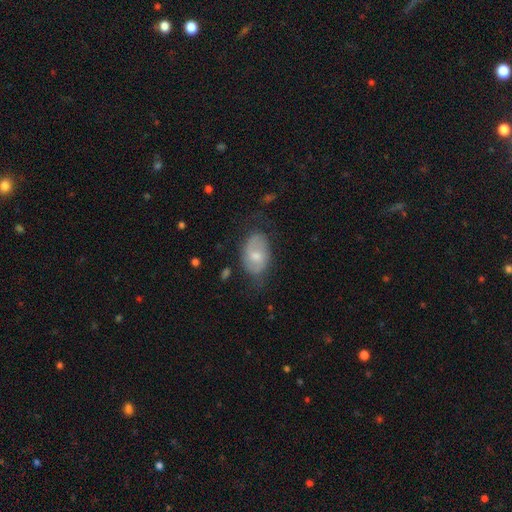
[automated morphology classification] smooth-or-featured: smooth: 50% | featured or disk: 43% | star or artifact: 7%
  how-rounded: in between: 86% | round: 12% | cigar-shaped: 1%
  merging: none: 63% | minor disturbance: 25% | major disturbance: 10% | merger: 2%